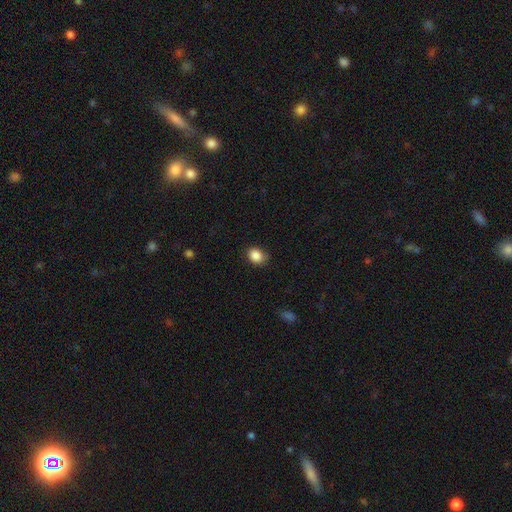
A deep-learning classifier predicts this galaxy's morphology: smooth-or-featured: smooth: 87% | star or artifact: 9% | featured or disk: 4%
  how-rounded: round: 55% | in between: 44% | cigar-shaped: 1%
  merging: none: 80% | minor disturbance: 16% | major disturbance: 3% | merger: 1%